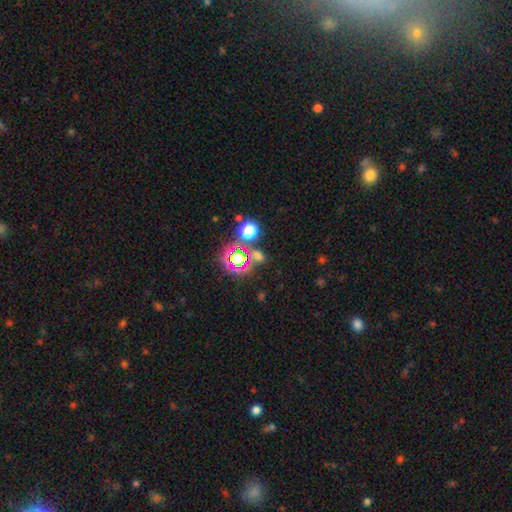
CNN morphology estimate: A star or artifact, not a galaxy (67%).

Vote fractions:
- Smooth or featured? star or artifact: 67% / smooth: 24% / featured or disk: 8%